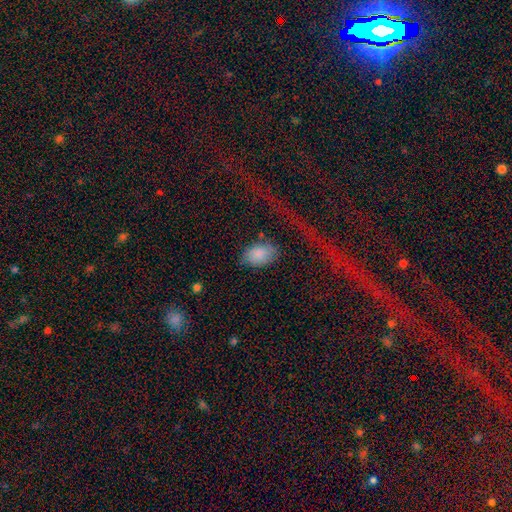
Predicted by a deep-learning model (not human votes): This is likely a smooth galaxy (79%). How rounded: clearly in between (87%). Merging: likely none (61%).